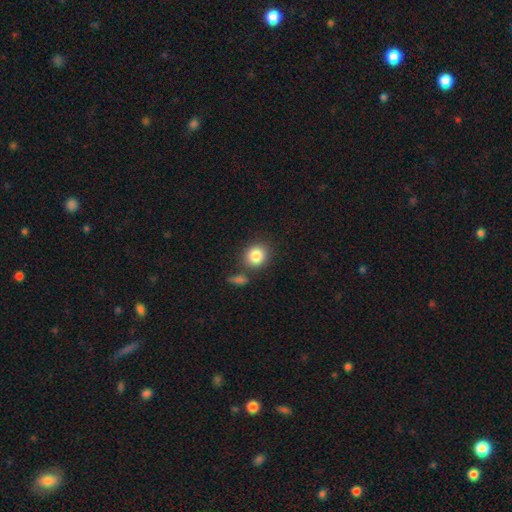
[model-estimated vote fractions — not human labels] This appears to be a smooth galaxy with no disk features (85%) that is round (78%). Merging: none (72%).